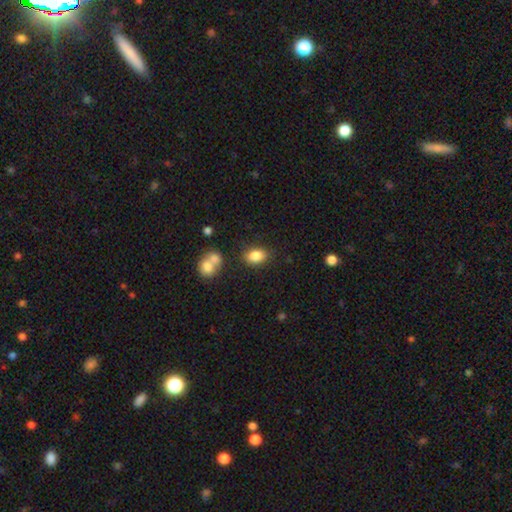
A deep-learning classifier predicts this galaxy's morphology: smooth-or-featured: smooth: 84% | star or artifact: 9% | featured or disk: 7%
  how-rounded: in between: 76% | round: 22% | cigar-shaped: 1%
  merging: none: 77% | minor disturbance: 12% | merger: 7% | major disturbance: 4%